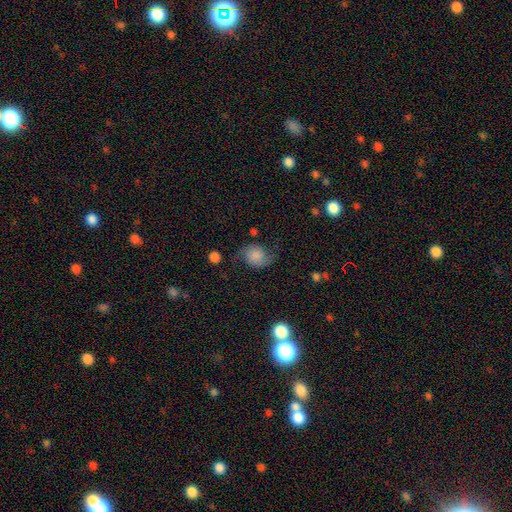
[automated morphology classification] featured or disk 53%, smooth 36%, star or artifact 11%. Down the decision tree: edge-on disk — no (97%); bar — no (76%); spiral arms — yes (93%); bulge size — none (36%); merging — none (68%).